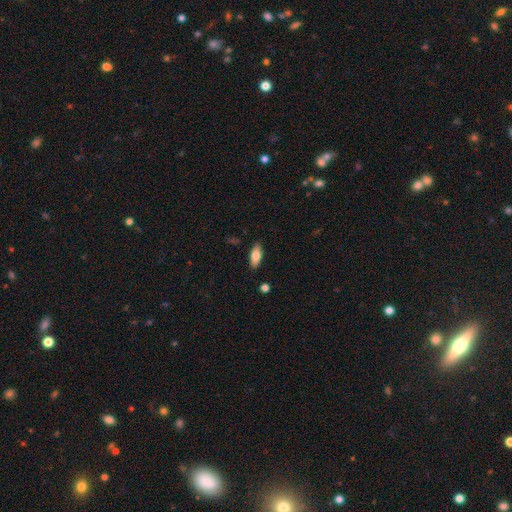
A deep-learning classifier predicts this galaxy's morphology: Q: Smooth or featured?
A: smooth (76%); runner-up: featured or disk (17%)
Q: How rounded?
A: in between (82%); runner-up: cigar-shaped (15%)
Q: Merging?
A: none (87%); runner-up: minor disturbance (9%)